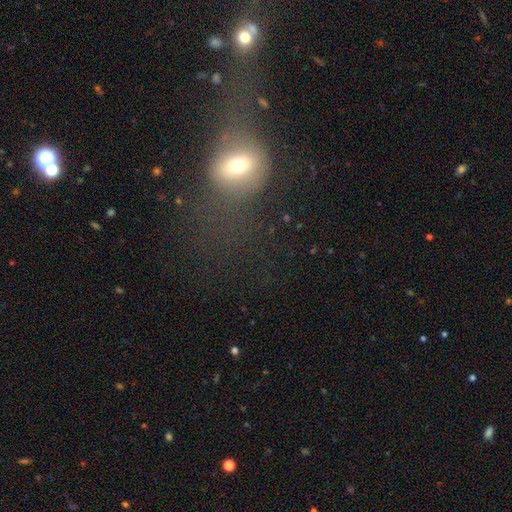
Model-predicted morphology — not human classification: Smooth or featured?
  - smooth: 41% *
  - star or artifact: 31%
  - featured or disk: 27%
Merging?
  - major disturbance: 34% *
  - none: 32%
  - merger: 19%
  - minor disturbance: 16%